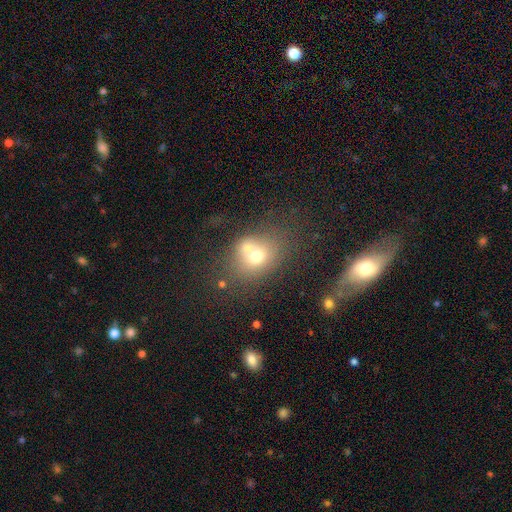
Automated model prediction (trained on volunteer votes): Smooth or featured: smooth — 63% (featured or disk — 23%)
How rounded: round — 54% (in between — 45%)
Merging: merger — 45% (none — 34%)